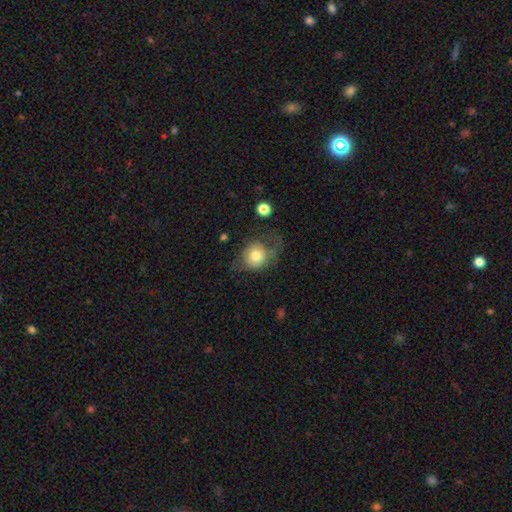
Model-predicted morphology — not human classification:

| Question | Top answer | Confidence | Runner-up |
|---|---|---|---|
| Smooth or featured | smooth | 68% | featured or disk (24%) |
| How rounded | round | 72% | in between (27%) |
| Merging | none | 43% | major disturbance (27%) |